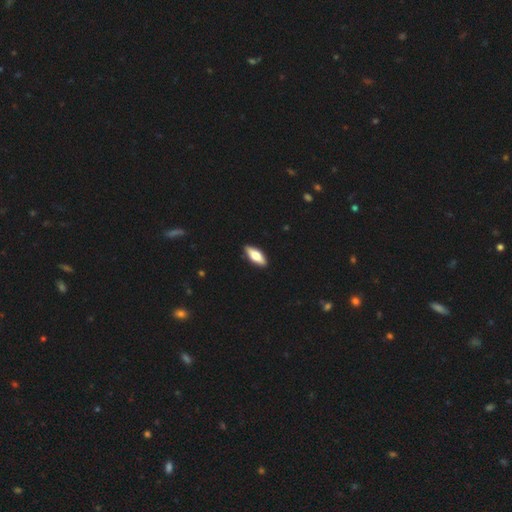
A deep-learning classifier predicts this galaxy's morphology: A smooth galaxy with no disk features (59%) that is in between round and cigar-shaped (64%).

Vote fractions:
- Smooth or featured? smooth: 59% / featured or disk: 36% / star or artifact: 5%
- How rounded? in between: 64% / cigar-shaped: 33% / round: 3%
- Merging? none: 90% / minor disturbance: 8% / major disturbance: 1% / merger: 1%